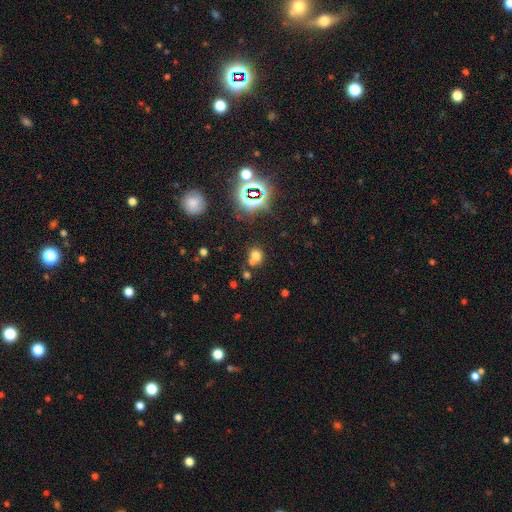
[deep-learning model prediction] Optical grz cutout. It shows a smooth galaxy with no disk features (62%) that is round (73%). Merging: none (48%).